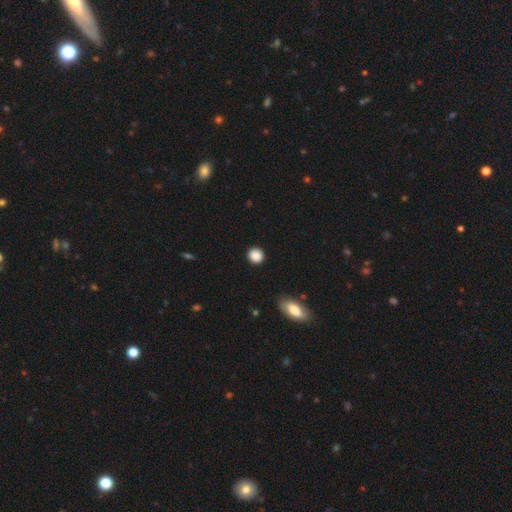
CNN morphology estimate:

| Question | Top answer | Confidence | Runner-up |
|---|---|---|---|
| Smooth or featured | smooth | 88% | star or artifact (9%) |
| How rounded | round | 89% | in between (10%) |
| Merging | none | 90% | minor disturbance (7%) |